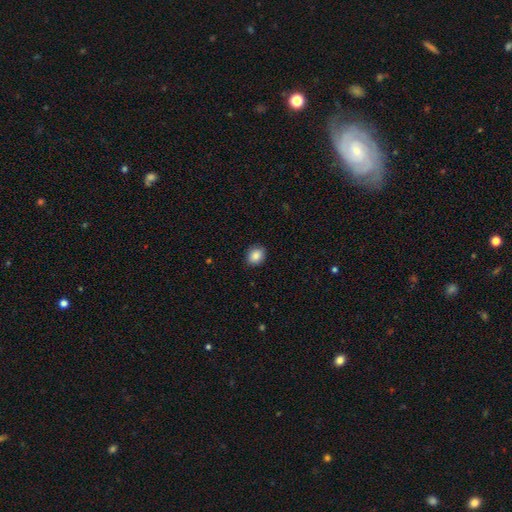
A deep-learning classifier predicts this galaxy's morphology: Smooth or featured? smooth (87%)
How rounded? in between (50%)
Merging? none (88%)